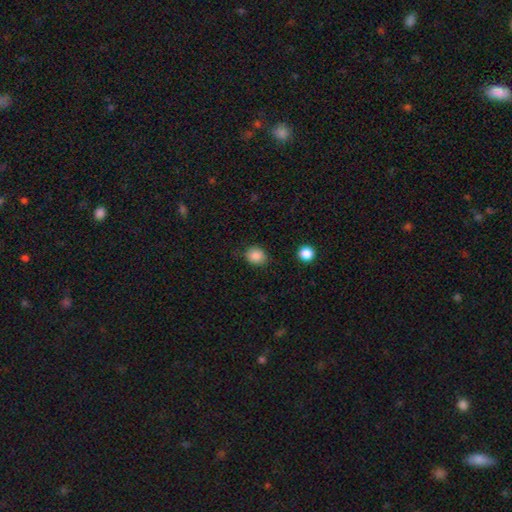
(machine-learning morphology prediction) type=smooth (86%); roundness=round (64%); merging=none (81%).